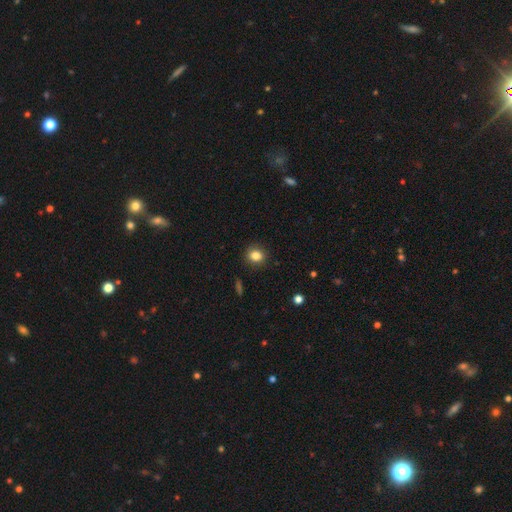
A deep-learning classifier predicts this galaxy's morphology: smooth-or-featured: smooth: 84% | star or artifact: 11% | featured or disk: 5%
  how-rounded: round: 77% | in between: 22% | cigar-shaped: 1%
  merging: none: 89% | minor disturbance: 8% | major disturbance: 2% | merger: 1%